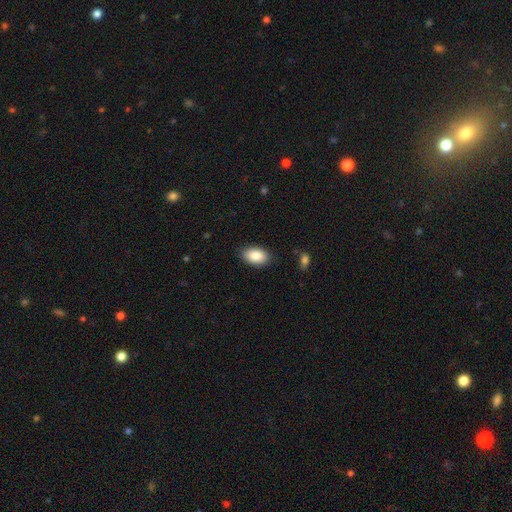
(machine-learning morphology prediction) Smooth or featured? smooth (88%)
How rounded? in between (92%)
Merging? none (86%)